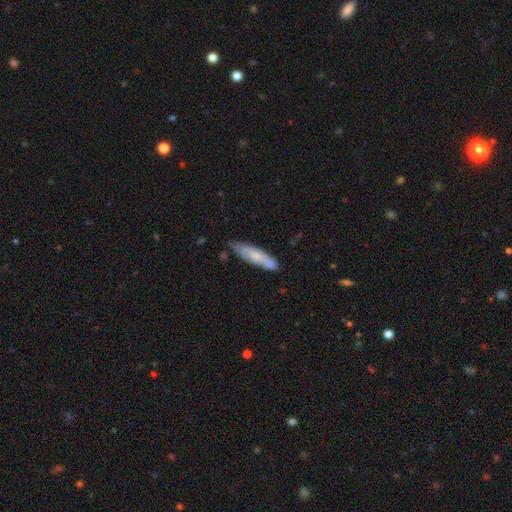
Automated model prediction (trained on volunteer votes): A smooth galaxy with no disk features (62%) that is cigar-shaped (69%). Merging: none (63%).